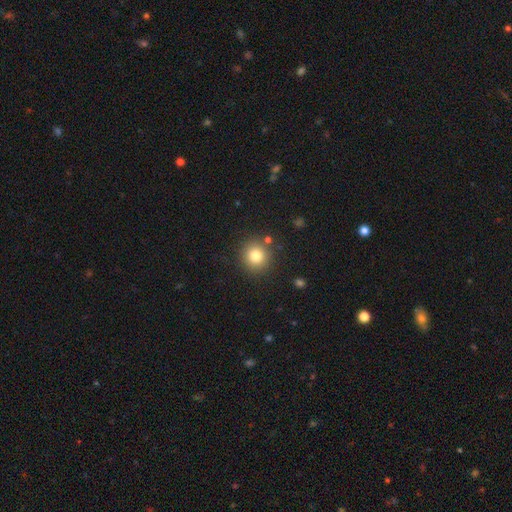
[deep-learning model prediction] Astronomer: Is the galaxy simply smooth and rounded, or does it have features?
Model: smooth — 79%.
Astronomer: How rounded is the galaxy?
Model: round — 93%.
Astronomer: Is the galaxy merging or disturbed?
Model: none — 86%.